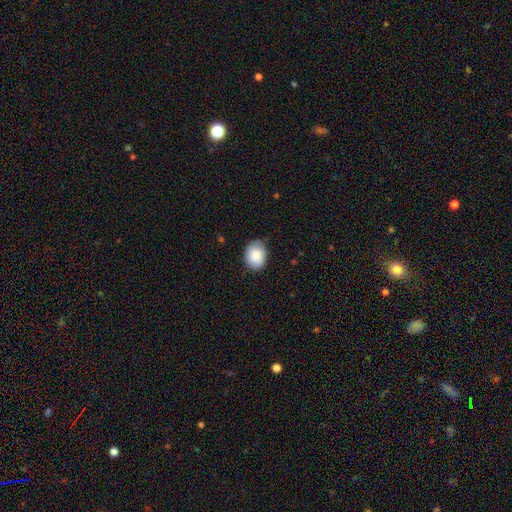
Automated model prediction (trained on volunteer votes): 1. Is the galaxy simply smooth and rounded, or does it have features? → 86% smooth, 7% featured or disk, 7% star or artifact.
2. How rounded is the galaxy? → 57% in between, 42% round, 1% cigar-shaped.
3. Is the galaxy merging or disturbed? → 77% none, 19% minor disturbance, 3% major disturbance, 1% merger.